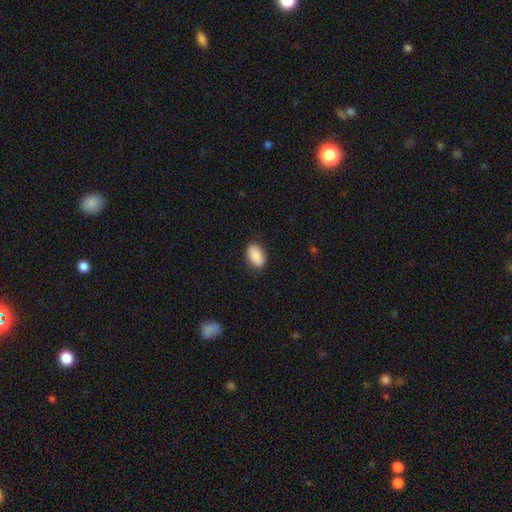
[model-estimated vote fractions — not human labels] Morphology: type=smooth (87%); roundness=in between (91%); merging=none (87%).